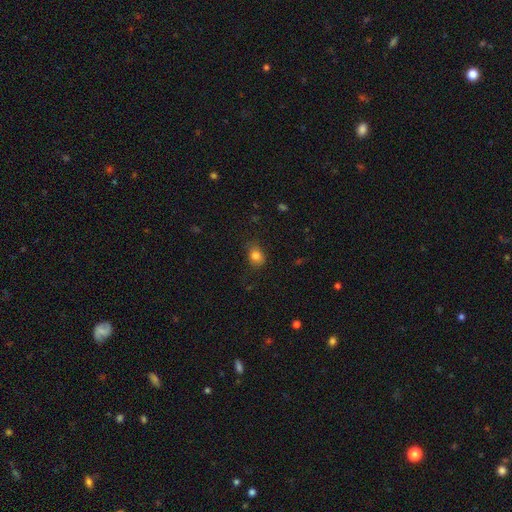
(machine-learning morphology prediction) This appears to be a smooth galaxy with no disk features (82%) that is round (53%). Merging: none (75%).